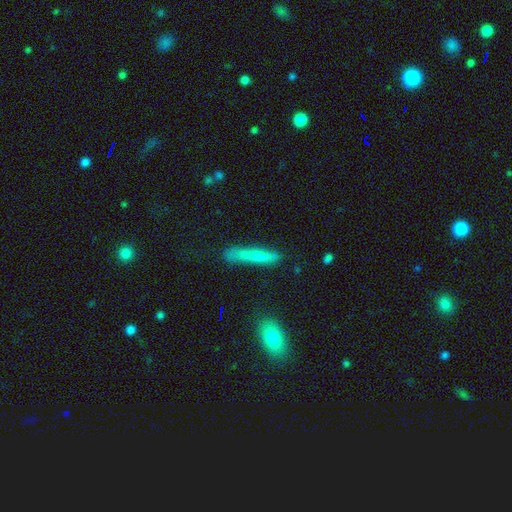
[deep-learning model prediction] Overall: smooth (73%). How rounded: cigar-shaped (93%). Merging: none (73%).